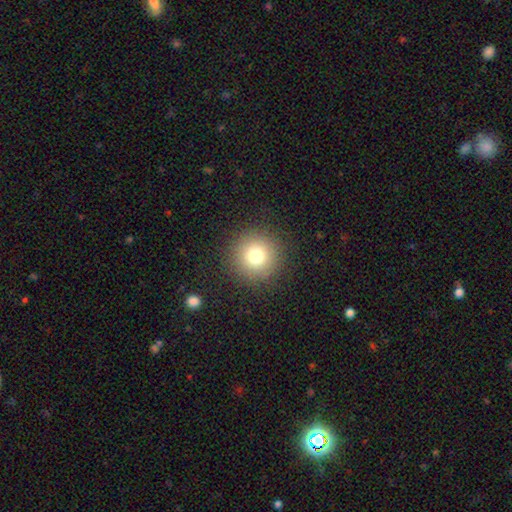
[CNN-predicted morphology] A smooth galaxy with no disk features (76%) that is round (96%).

Vote fractions:
- Smooth or featured? smooth: 76% / star or artifact: 14% / featured or disk: 10%
- How rounded? round: 96% / in between: 3% / cigar-shaped: 1%
- Merging? none: 90% / minor disturbance: 6% / major disturbance: 3% / merger: 1%